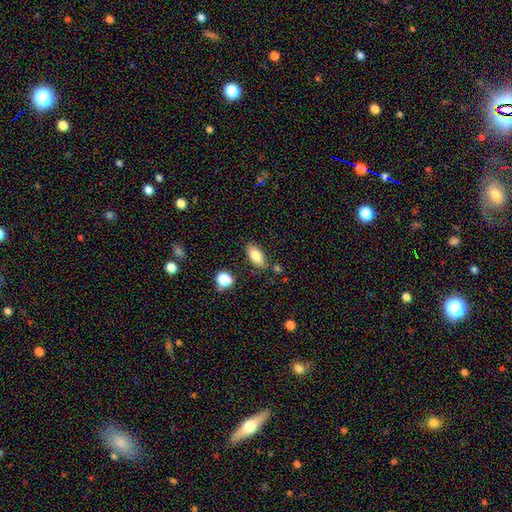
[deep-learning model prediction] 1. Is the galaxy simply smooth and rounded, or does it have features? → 81% smooth, 11% featured or disk, 8% star or artifact.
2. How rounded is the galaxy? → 89% in between, 7% cigar-shaped, 4% round.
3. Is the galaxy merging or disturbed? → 80% none, 13% minor disturbance, 4% merger, 3% major disturbance.